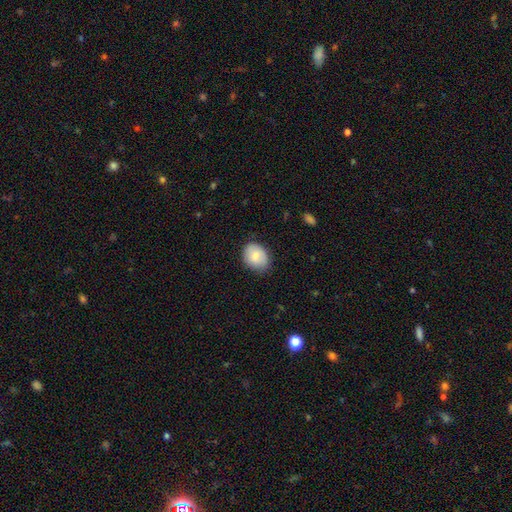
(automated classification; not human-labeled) Overall: smooth (79%). How rounded: in between (52%; round 47%). Merging: none (75%).